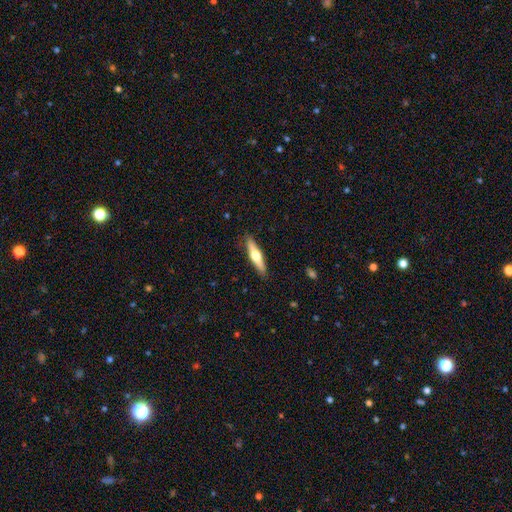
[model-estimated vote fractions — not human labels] Smooth or featured?
  - featured or disk: 52% *
  - smooth: 42%
  - star or artifact: 5%
Edge-on disk?
  - yes: 94% *
  - no: 6%
Merging?
  - none: 89% *
  - minor disturbance: 8%
  - major disturbance: 2%
  - merger: 1%